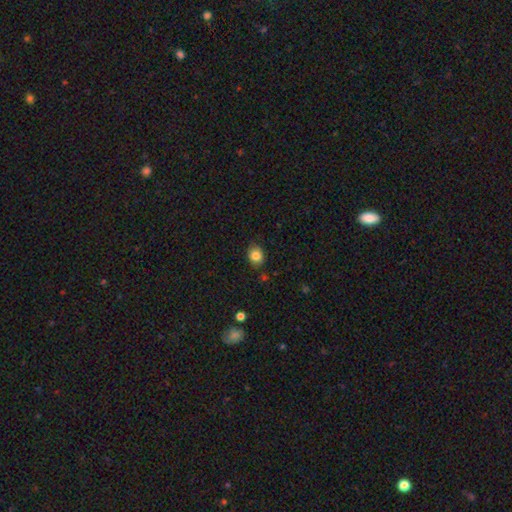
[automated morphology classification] smooth-or-featured: smooth: 84% | star or artifact: 10% | featured or disk: 6%
  how-rounded: round: 58% | in between: 41% | cigar-shaped: 1%
  merging: none: 82% | minor disturbance: 14% | major disturbance: 2% | merger: 2%